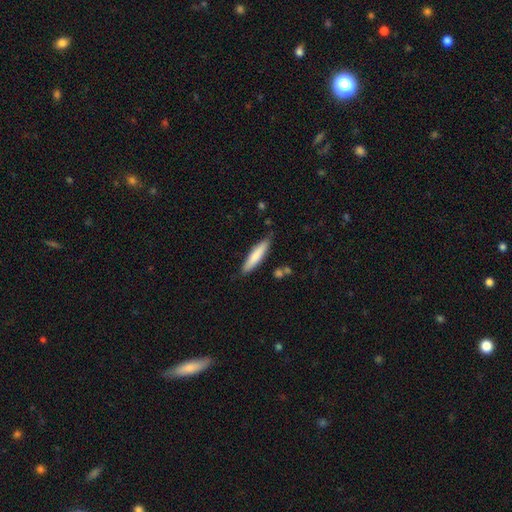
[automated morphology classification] smooth_or_featured: smooth (p=0.76) [alt: featured or disk p=0.19]
how_rounded: cigar-shaped (p=0.86) [alt: in between p=0.13]
merging: none (p=0.84) [alt: minor disturbance p=0.12]